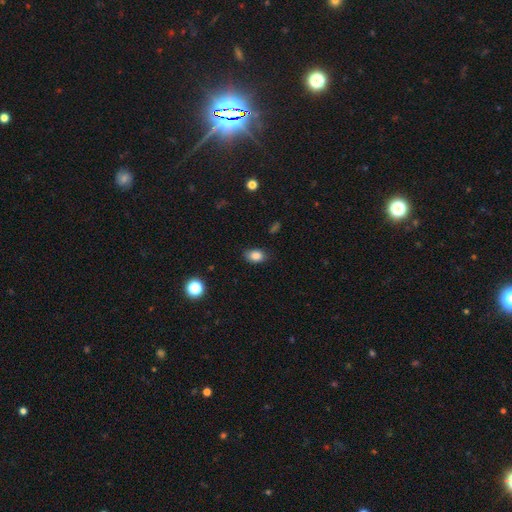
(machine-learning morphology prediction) smooth_or_featured: smooth (p=0.85) [alt: star or artifact p=0.09]
how_rounded: in between (p=0.81) [alt: round p=0.17]
merging: none (p=0.81) [alt: minor disturbance p=0.15]